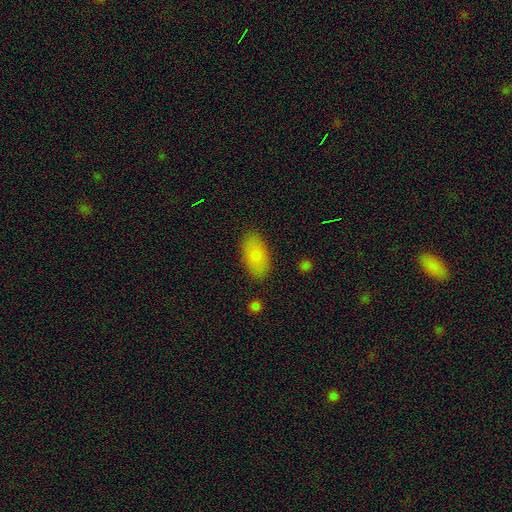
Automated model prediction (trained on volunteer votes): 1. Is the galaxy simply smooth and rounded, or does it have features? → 82% smooth, 11% featured or disk, 7% star or artifact.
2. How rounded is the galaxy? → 93% in between, 4% round, 3% cigar-shaped.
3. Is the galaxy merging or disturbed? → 85% none, 10% minor disturbance, 3% major disturbance, 2% merger.